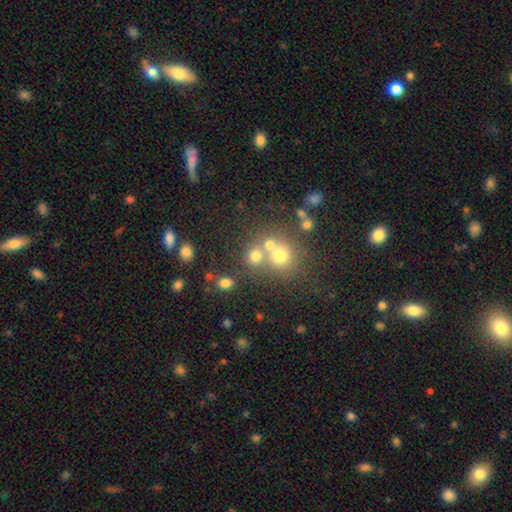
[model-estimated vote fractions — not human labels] The model was most divided on "merging": none: 53%, merger: 34%, minor disturbance: 9%, major disturbance: 5%. More confident: how rounded — round (78%); smooth or featured — smooth (69%).